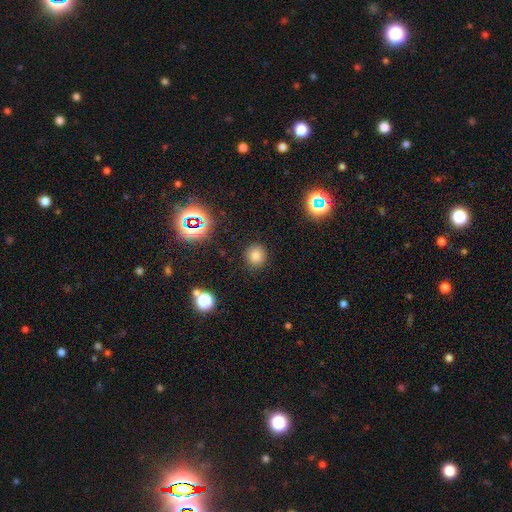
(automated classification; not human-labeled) smooth_or_featured: smooth (p=0.77) [alt: star or artifact p=0.18]
how_rounded: round (p=0.88) [alt: in between p=0.11]
merging: none (p=0.88) [alt: minor disturbance p=0.08]